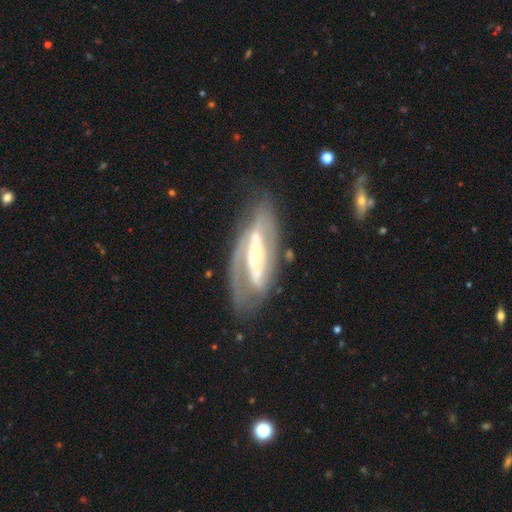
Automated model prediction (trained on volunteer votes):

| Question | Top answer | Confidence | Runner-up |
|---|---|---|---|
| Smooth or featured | featured or disk | 84% | smooth (11%) |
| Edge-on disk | no | 87% | yes (13%) |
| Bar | strong | 51% | no (26%) |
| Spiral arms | yes | 79% | no (21%) |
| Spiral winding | tight | 42% | medium (40%) |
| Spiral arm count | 2 | 68% | can't tell (18%) |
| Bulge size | small | 49% | moderate (44%) |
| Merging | none | 65% | minor disturbance (19%) |